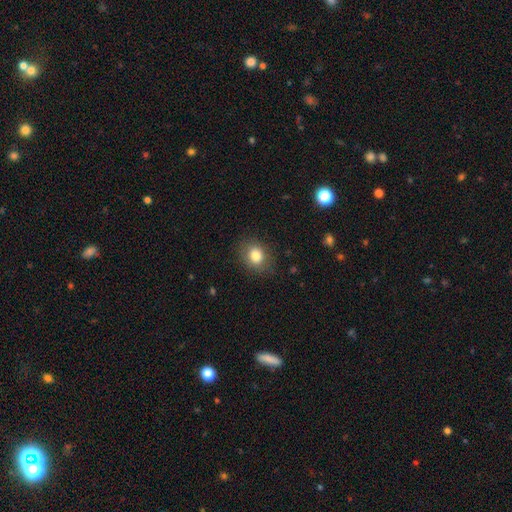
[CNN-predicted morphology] Smooth or featured? Predicted: smooth (p=0.82). How rounded? Predicted: round (p=0.55). Merging? Predicted: none (p=0.82).